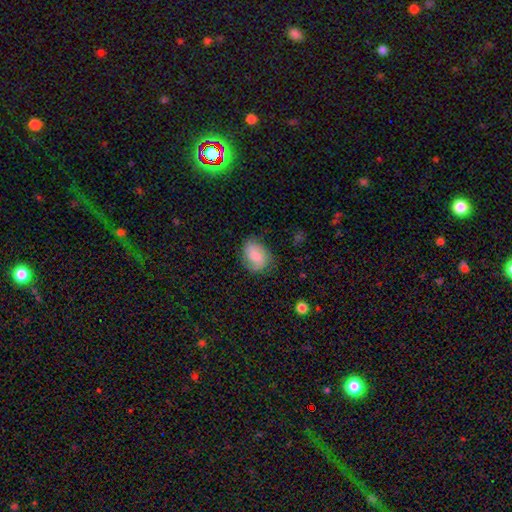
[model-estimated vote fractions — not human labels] Overall: smooth (68%). How rounded: in between (76%). Merging: none (68%).